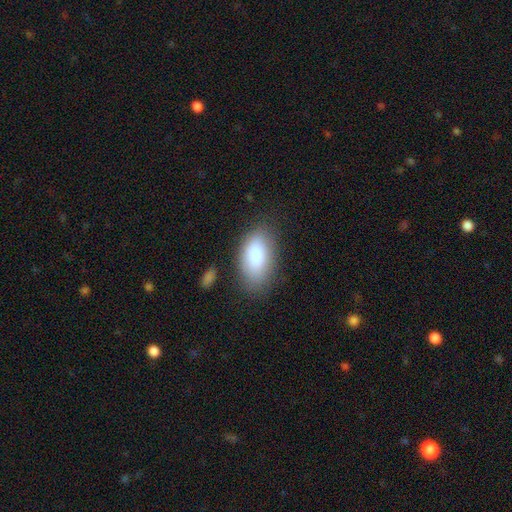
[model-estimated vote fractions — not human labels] A smooth galaxy with no disk features (84%) that is in between round and cigar-shaped (93%).

Vote fractions:
- Smooth or featured? smooth: 84% / featured or disk: 8% / star or artifact: 7%
- How rounded? in between: 93% / round: 4% / cigar-shaped: 3%
- Merging? none: 75% / minor disturbance: 17% / major disturbance: 6% / merger: 3%